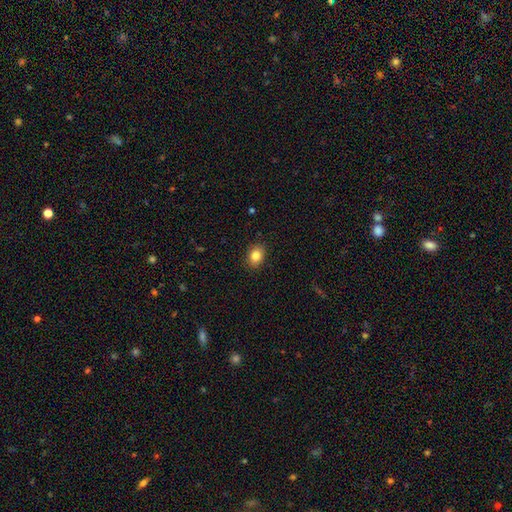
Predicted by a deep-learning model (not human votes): Overall: smooth (84%). How rounded: in between (65%; round 34%). Merging: none (89%).